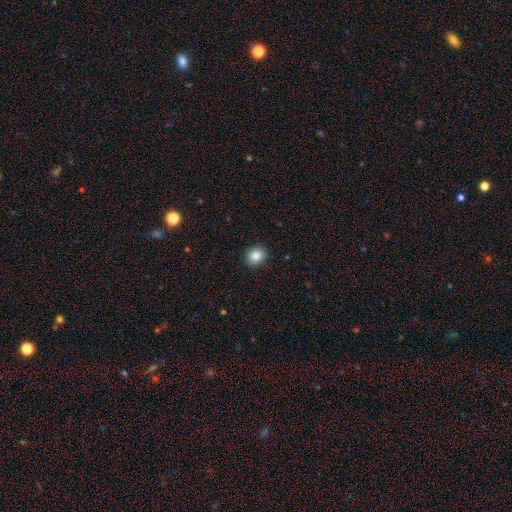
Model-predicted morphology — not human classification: A smooth galaxy with no disk features (85%) that is round (71%). Merging: none (91%).